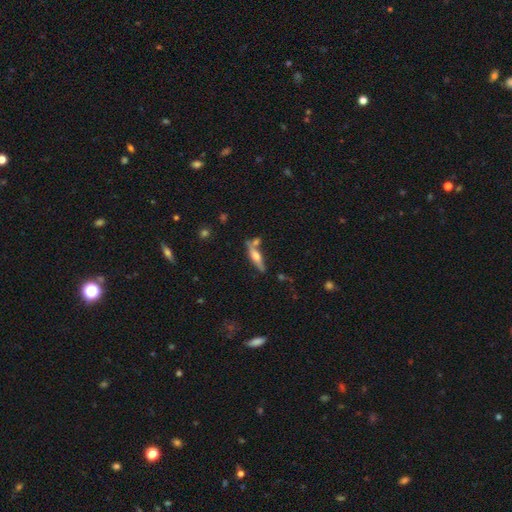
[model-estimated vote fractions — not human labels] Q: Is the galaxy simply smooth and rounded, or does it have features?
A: featured or disk — 56%.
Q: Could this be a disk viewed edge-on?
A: yes — 94%.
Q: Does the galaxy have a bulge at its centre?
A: rounded — 84%.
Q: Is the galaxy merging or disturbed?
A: none — 67%.